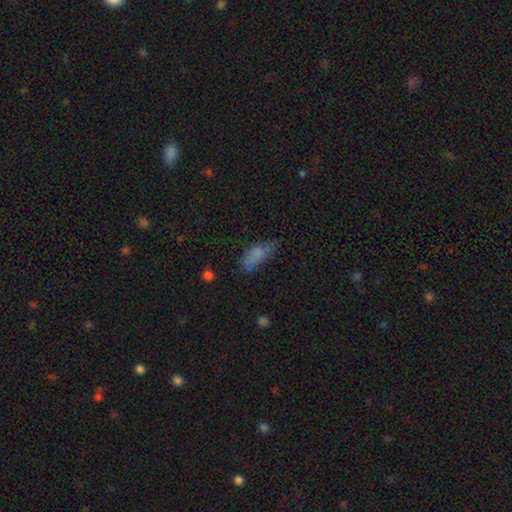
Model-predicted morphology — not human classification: smooth-or-featured: smooth: 76% | featured or disk: 13% | star or artifact: 11%
  how-rounded: in between: 70% | cigar-shaped: 27% | round: 3%
  merging: none: 50% | minor disturbance: 32% | major disturbance: 14% | merger: 3%